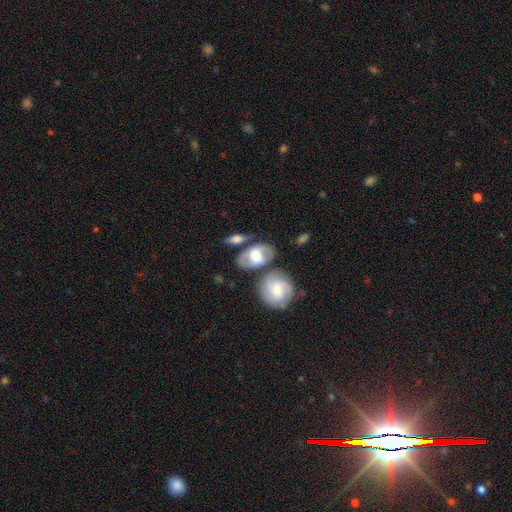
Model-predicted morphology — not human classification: A featured or disk galaxy (53%).

Vote fractions:
- Smooth or featured? featured or disk: 53% / smooth: 41% / star or artifact: 6%
- Edge-on disk? no: 89% / yes: 11%
- Merging? none: 53% / merger: 22% / minor disturbance: 17% / major disturbance: 7%